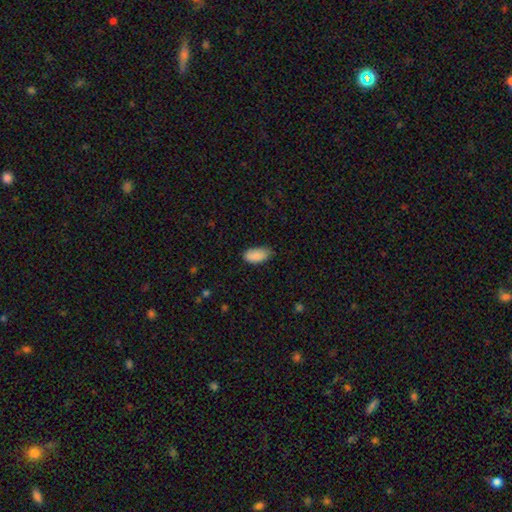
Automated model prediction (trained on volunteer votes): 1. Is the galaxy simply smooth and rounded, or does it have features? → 89% smooth, 7% star or artifact, 4% featured or disk.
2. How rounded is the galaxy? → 94% in between, 4% cigar-shaped, 3% round.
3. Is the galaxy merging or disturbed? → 72% none, 23% minor disturbance, 4% major disturbance, 1% merger.